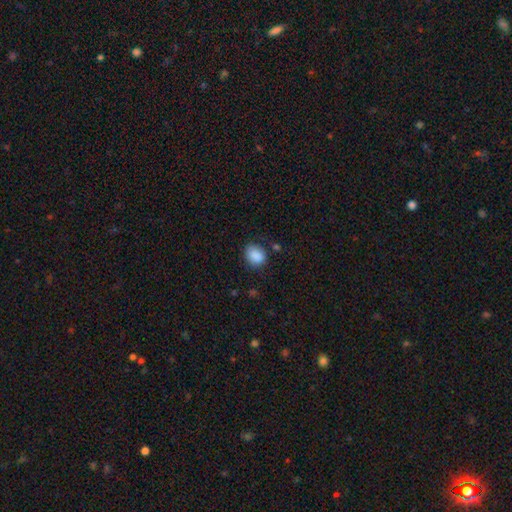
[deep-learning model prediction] Smooth or featured? smooth (88%)
How rounded? in between (53%)
Merging? none (74%)